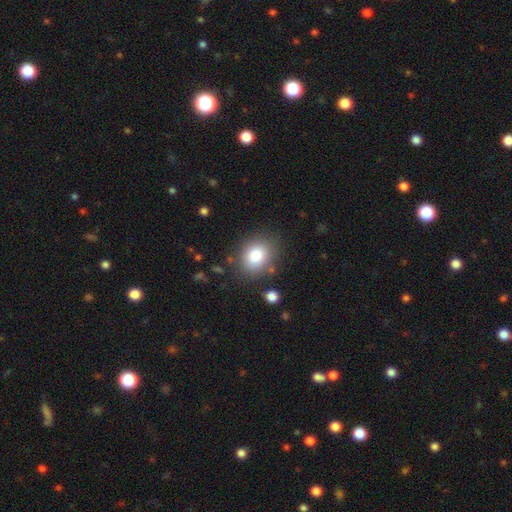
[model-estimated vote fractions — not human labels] smooth-or-featured: smooth: 82% | star or artifact: 10% | featured or disk: 9%
  how-rounded: round: 52% | in between: 47% | cigar-shaped: 1%
  merging: none: 80% | minor disturbance: 12% | major disturbance: 4% | merger: 3%